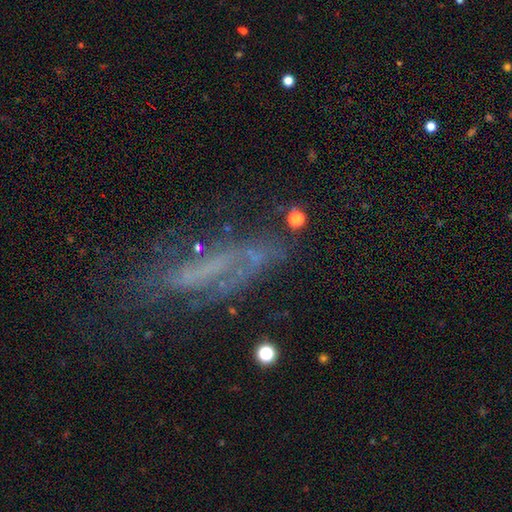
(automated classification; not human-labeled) Smooth or featured? featured or disk (59%)
Edge-on disk? no (80%)
Merging? none (49%)